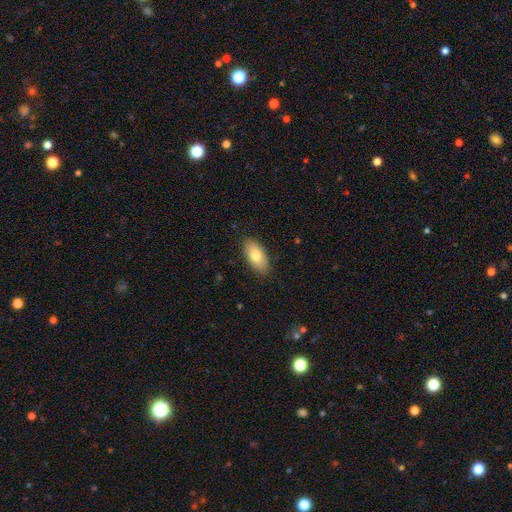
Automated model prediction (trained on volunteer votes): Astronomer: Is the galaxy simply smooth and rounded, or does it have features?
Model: smooth — 77%.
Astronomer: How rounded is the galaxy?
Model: in between — 92%.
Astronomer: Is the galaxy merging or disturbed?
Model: none — 87%.